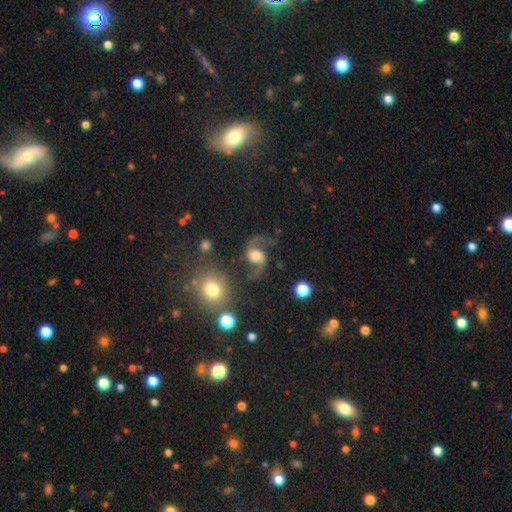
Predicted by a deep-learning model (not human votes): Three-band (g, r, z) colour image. It shows a featured or disk galaxy (88%) with no bar (55%), 2 (94%) loose (71%) spiral arms (97%) and a moderate central bulge (48%). Merging: none (73%).